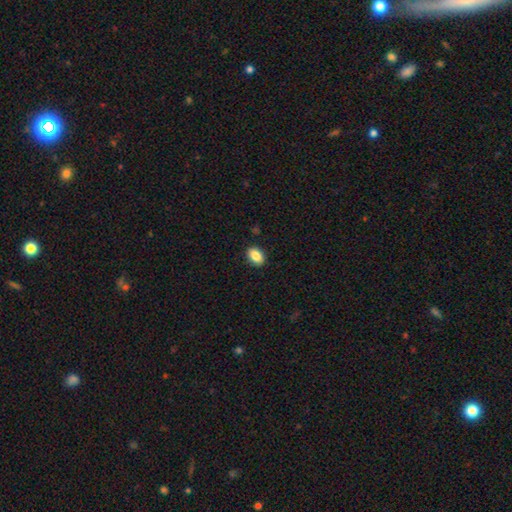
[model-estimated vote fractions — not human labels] A smooth galaxy with no disk features (86%) that is in between round and cigar-shaped (78%). Merging: none (90%).